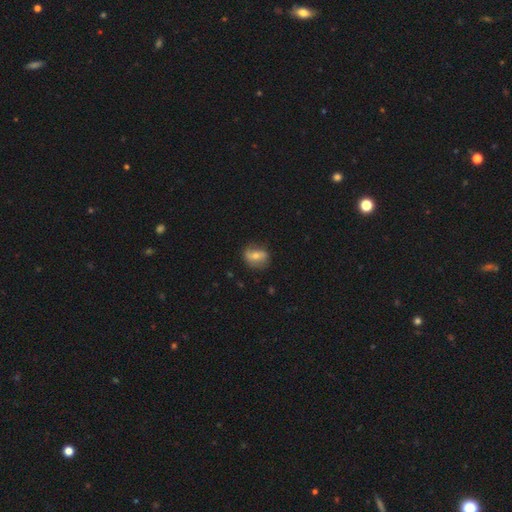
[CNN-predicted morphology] The model was most divided on "smooth or featured": smooth: 55%, featured or disk: 37%, star or artifact: 8%. More confident: merging — none (69%); how rounded — in between (59%).